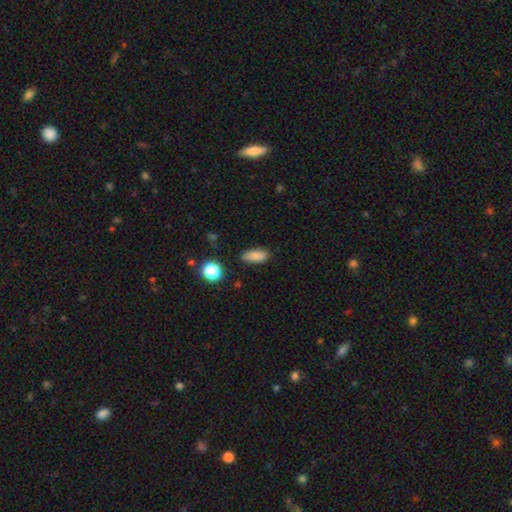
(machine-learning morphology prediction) smooth-or-featured: smooth: 85% | star or artifact: 10% | featured or disk: 5%
  how-rounded: in between: 79% | cigar-shaped: 17% | round: 5%
  merging: none: 83% | minor disturbance: 12% | major disturbance: 3% | merger: 2%